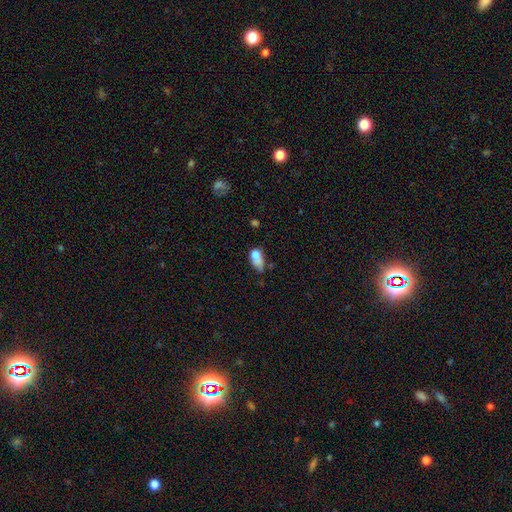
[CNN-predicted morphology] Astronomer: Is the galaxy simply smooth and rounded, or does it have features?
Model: smooth — 72%.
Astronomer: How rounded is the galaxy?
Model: in between — 80%.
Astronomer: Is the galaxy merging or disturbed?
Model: minor disturbance — 35% (runner-up: major disturbance, 31%).